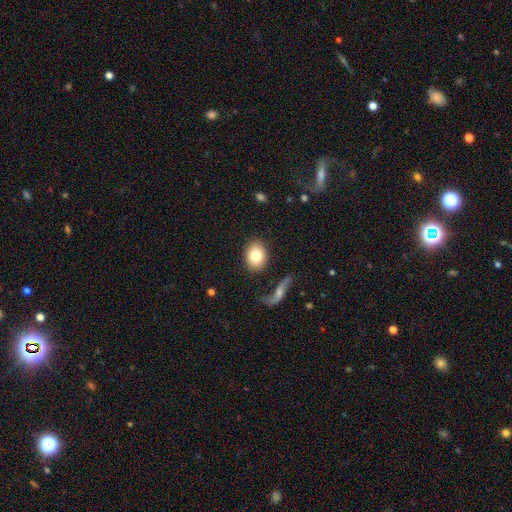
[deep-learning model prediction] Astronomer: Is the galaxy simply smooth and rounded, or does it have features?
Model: smooth — 80%.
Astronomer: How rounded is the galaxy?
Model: in between — 56% (runner-up: round, 43%).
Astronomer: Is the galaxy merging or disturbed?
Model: none — 84%.